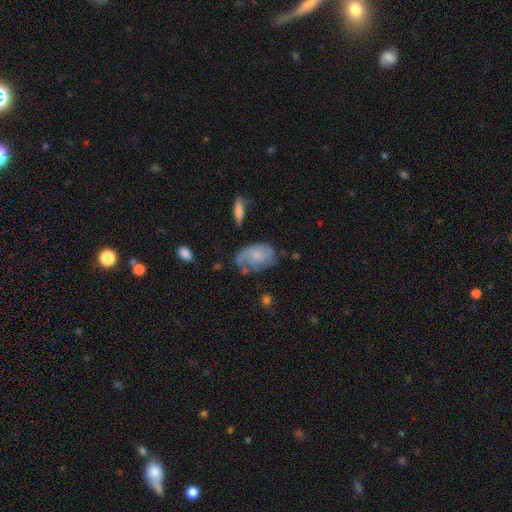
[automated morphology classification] A featured or disk galaxy (54%) with no bar (73%), spiral arms (80%) and a small central bulge (42%). Merging: none (47%).